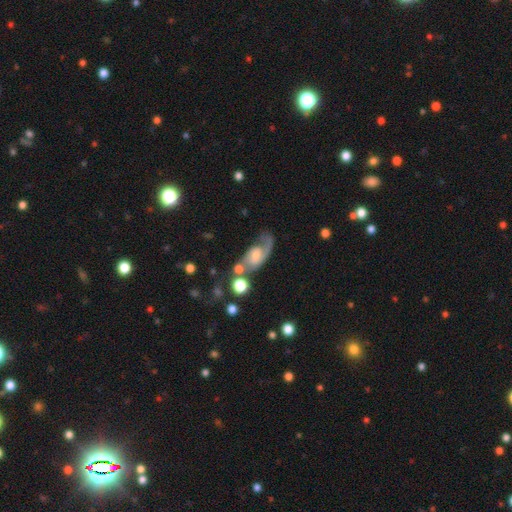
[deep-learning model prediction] smooth-or-featured: featured or disk: 72% | smooth: 20% | star or artifact: 7%
  disk-edge-on: no: 95% | yes: 5%
    bar: no: 59% | weak: 34% | strong: 7%
    has-spiral-arms: yes: 91% | no: 9%
      spiral-winding: medium: 44% | loose: 36% | tight: 20%
      spiral-arm-count: 2: 58% | 1: 32% | can't tell: 7% | 3: 1% | 4: 1% | more than 4: 1%
    bulge-size: small: 43% | moderate: 35% | none: 12% | large: 9% | dominant: 2%
  merging: none: 43% | major disturbance: 21% | minor disturbance: 20% | merger: 16%